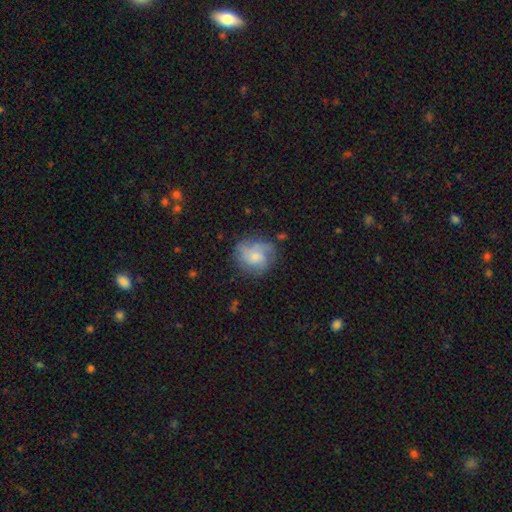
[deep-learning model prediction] Smooth or featured? Predicted: smooth (p=0.51). How rounded? Predicted: round (p=0.74). Merging? Predicted: none (p=0.56).